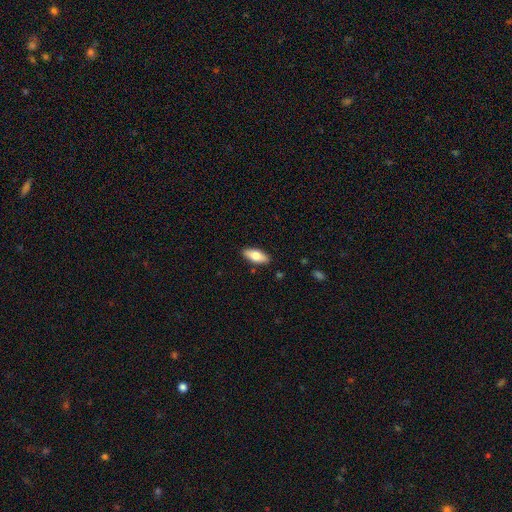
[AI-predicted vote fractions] Smooth or featured? Predicted: smooth (p=0.76). How rounded? Predicted: in between (p=0.79). Merging? Predicted: none (p=0.88).